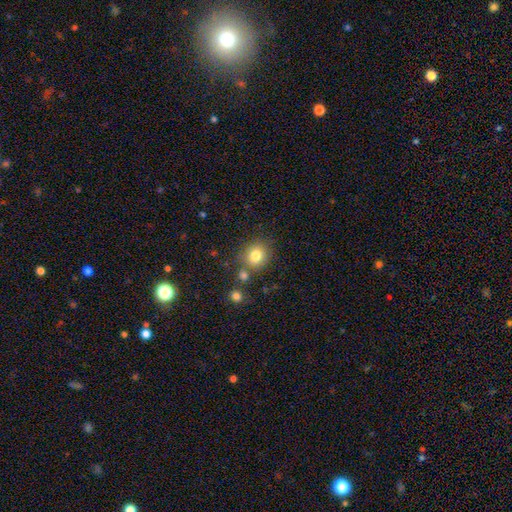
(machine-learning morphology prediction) Q: Smooth or featured?
A: smooth (81%); runner-up: star or artifact (11%)
Q: How rounded?
A: round (78%); runner-up: in between (21%)
Q: Merging?
A: none (75%); runner-up: merger (11%)